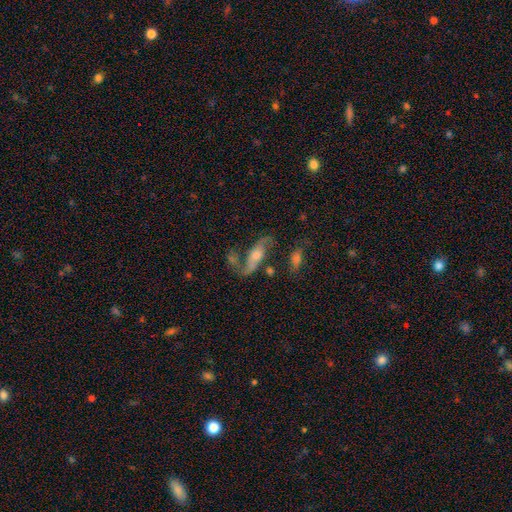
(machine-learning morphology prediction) smooth-or-featured: featured or disk: 73% | smooth: 18% | star or artifact: 9%
  disk-edge-on: no: 82% | yes: 18%
    bar: no: 57% | weak: 29% | strong: 14%
    has-spiral-arms: yes: 89% | no: 11%
      spiral-winding: loose: 70% | medium: 23% | tight: 8%
      spiral-arm-count: 2: 88% | 1: 5% | can't tell: 5% | 3: 1% | 4: 1% | more than 4: 1%
    bulge-size: moderate: 49% | small: 31% | large: 11% | none: 6% | dominant: 2%
  merging: none: 51% | merger: 17% | minor disturbance: 17% | major disturbance: 15%